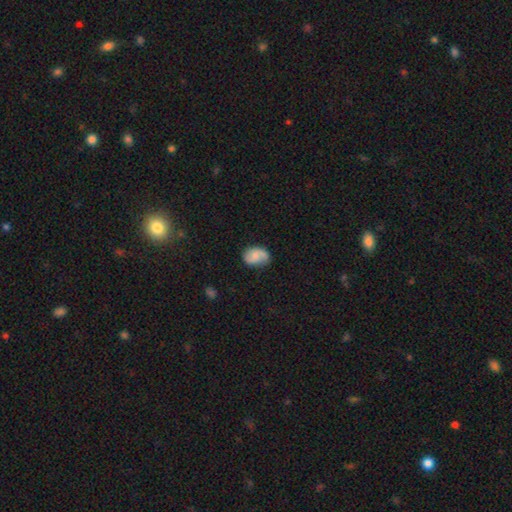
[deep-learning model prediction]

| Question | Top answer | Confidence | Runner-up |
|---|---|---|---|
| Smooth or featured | smooth | 47% | featured or disk (45%) |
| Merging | none | 66% | minor disturbance (25%) |